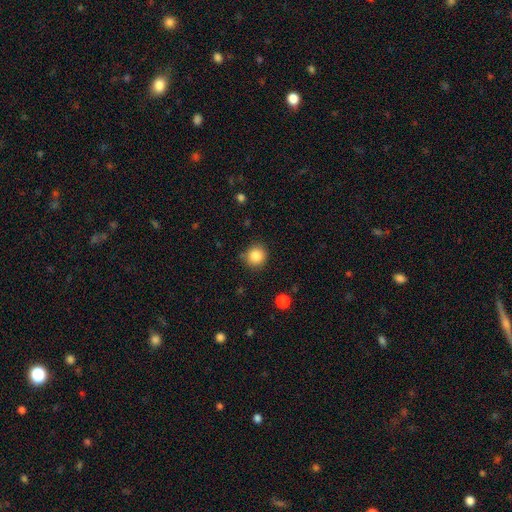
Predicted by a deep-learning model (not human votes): This appears to be a smooth galaxy with no disk features (86%) that is round (91%). Merging: none (84%).